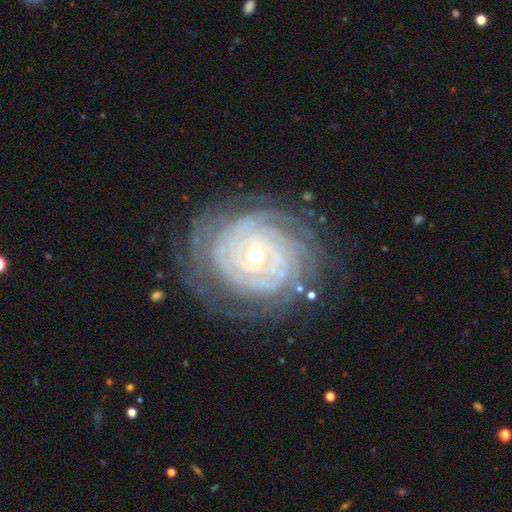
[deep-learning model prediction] This is clearly a featured or disk galaxy (91%). It is clearly not viewed edge-on (97%). Bar: possibly no (57%). Spiral arm pattern: clearly yes (98%). Spiral arm count: marginally more than 4 (28%). Spiral winding: clearly tight (88%). Central bulge: possibly moderate (54%). Merging: likely none (77%).